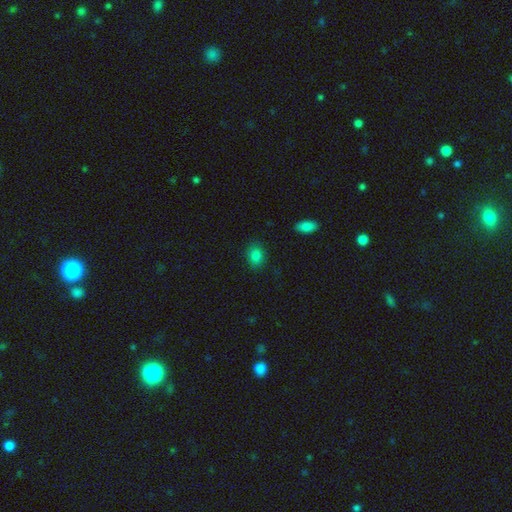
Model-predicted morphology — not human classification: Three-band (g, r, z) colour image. It shows a smooth galaxy with no disk features (84%) that is in between round and cigar-shaped (66%). Merging: none (84%).